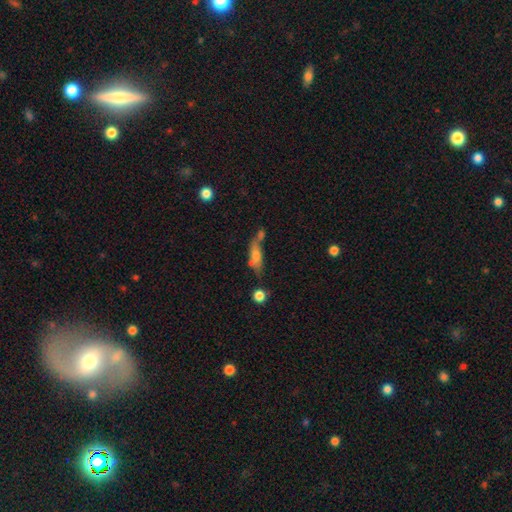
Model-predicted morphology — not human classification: A smooth galaxy with no disk features (52%) that is cigar-shaped (47%, tied with in between). Merging: none (39%).